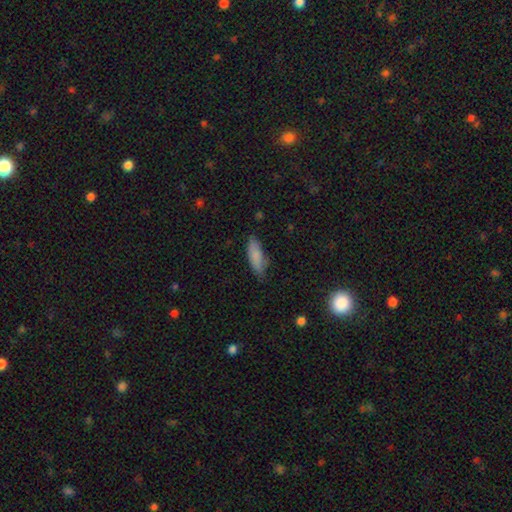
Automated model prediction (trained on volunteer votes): smooth_or_featured: smooth (p=0.83) [alt: featured or disk p=0.10]
how_rounded: in between (p=0.67) [alt: cigar-shaped p=0.31]
merging: none (p=0.71) [alt: minor disturbance p=0.23]